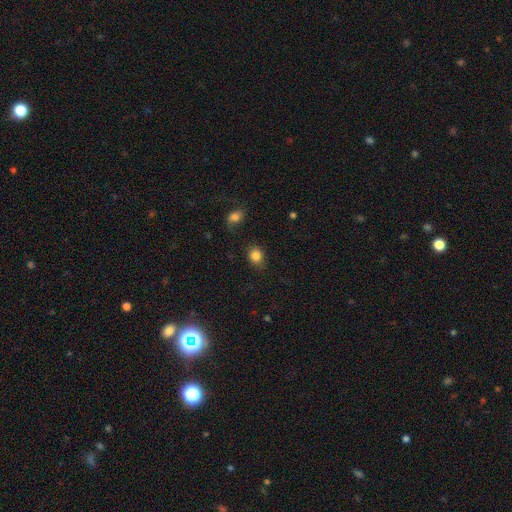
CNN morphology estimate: This appears to be a smooth galaxy with no disk features (84%) that is round (55%). Merging: none (81%).